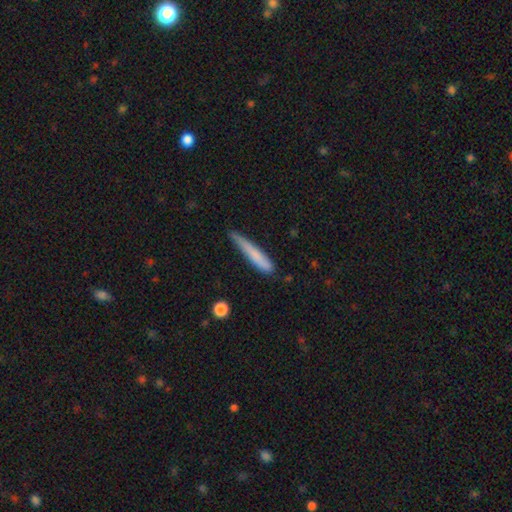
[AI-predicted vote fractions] This is likely a smooth galaxy (73%). How rounded: clearly cigar-shaped (94%). Merging: likely none (62%).